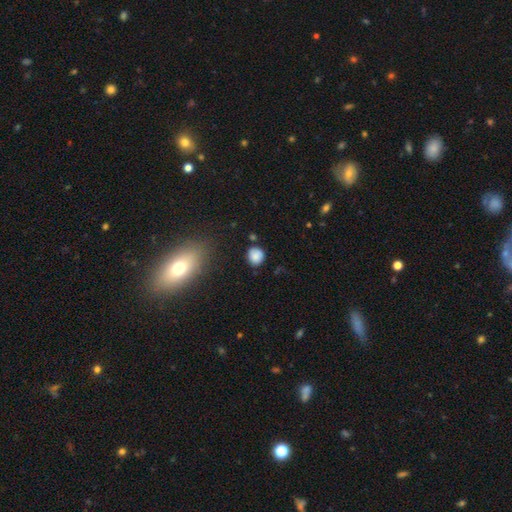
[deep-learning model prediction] Smooth or featured? smooth (83%)
How rounded? round (80%)
Merging? none (78%)